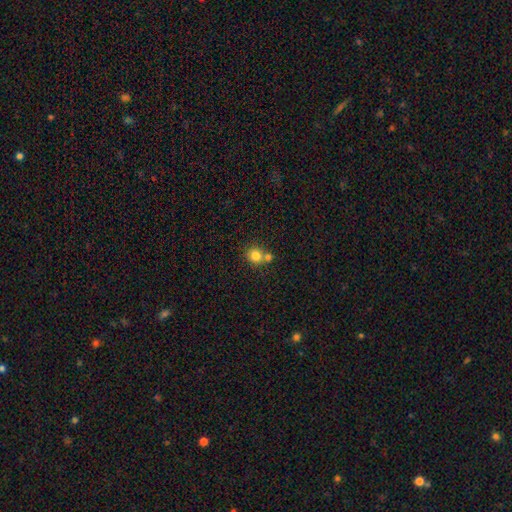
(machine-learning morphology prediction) smooth_or_featured: smooth (p=0.81) [alt: star or artifact p=0.11]
how_rounded: round (p=0.85) [alt: in between p=0.14]
merging: none (p=0.53) [alt: merger p=0.36]